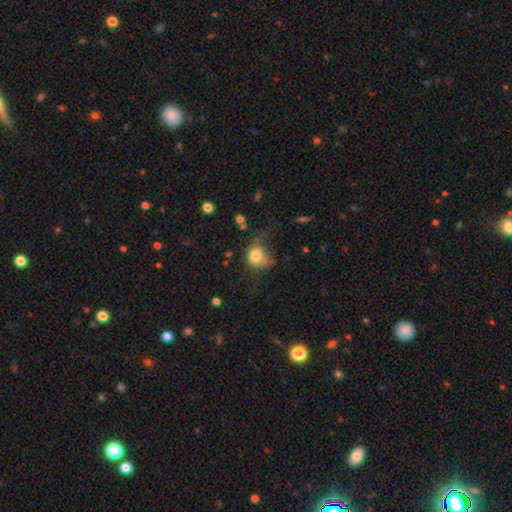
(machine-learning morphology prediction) This appears to be a smooth galaxy with no disk features (78%) that is round (69%). Merging: none (46%).